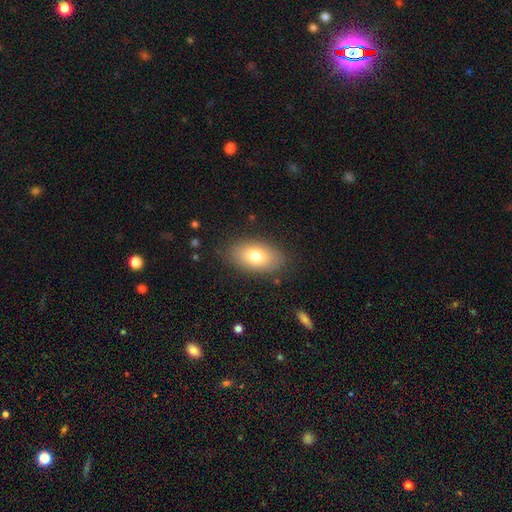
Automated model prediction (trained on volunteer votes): This appears to be a smooth galaxy with no disk features (78%) that is in between round and cigar-shaped (92%). Merging: none (84%).